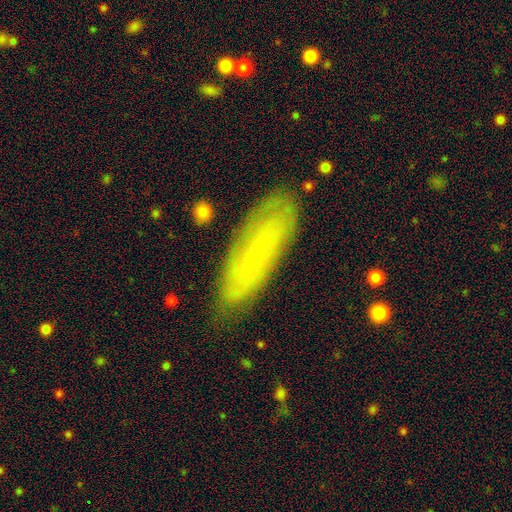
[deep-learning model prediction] smooth_or_featured: featured or disk (p=0.48) [alt: smooth p=0.43]
merging: none (p=0.81) [alt: minor disturbance p=0.14]